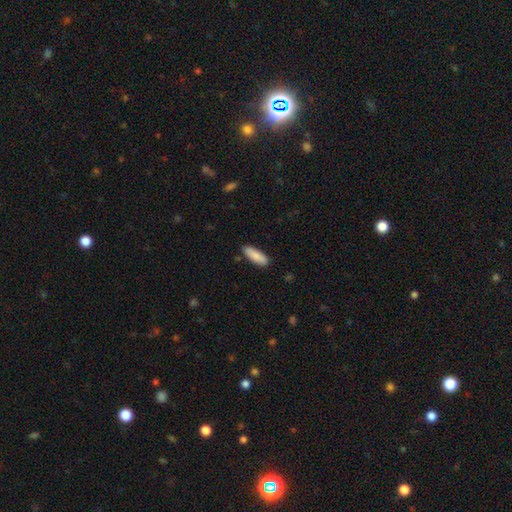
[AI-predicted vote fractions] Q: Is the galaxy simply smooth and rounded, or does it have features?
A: smooth — 86%.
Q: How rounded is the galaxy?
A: in between — 64%.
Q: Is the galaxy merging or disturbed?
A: none — 85%.